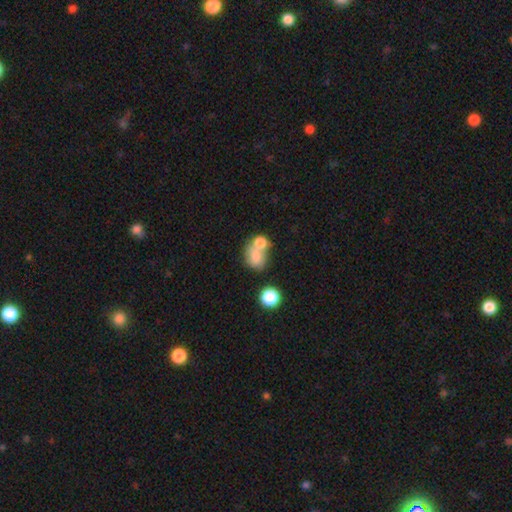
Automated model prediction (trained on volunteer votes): This is likely a smooth galaxy (74%). How rounded: possibly round (50%). Merging: possibly merger (56%).